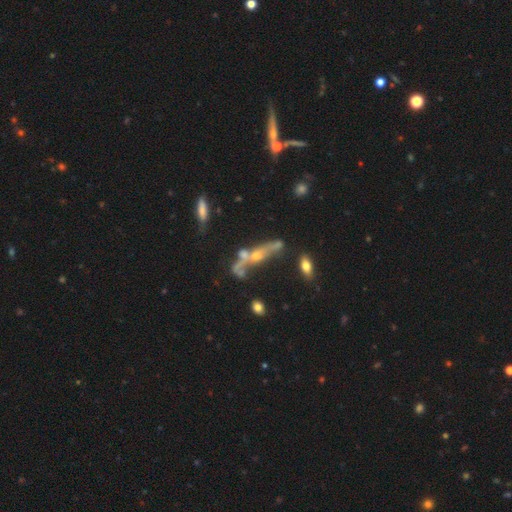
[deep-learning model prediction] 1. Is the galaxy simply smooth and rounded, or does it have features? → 58% featured or disk, 25% smooth, 17% star or artifact.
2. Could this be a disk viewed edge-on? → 50% no (tied), 50% yes (tied).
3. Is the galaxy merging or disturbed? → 37% merger, 32% none, 16% major disturbance, 15% minor disturbance.